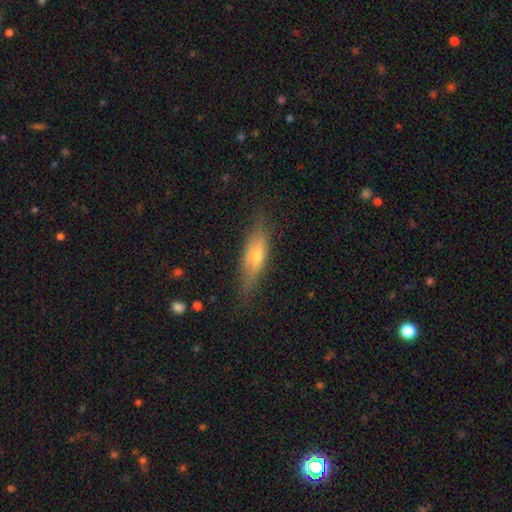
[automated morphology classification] featured or disk 48%, smooth 44%, star or artifact 8%. Down the decision tree: merging — none (80%).